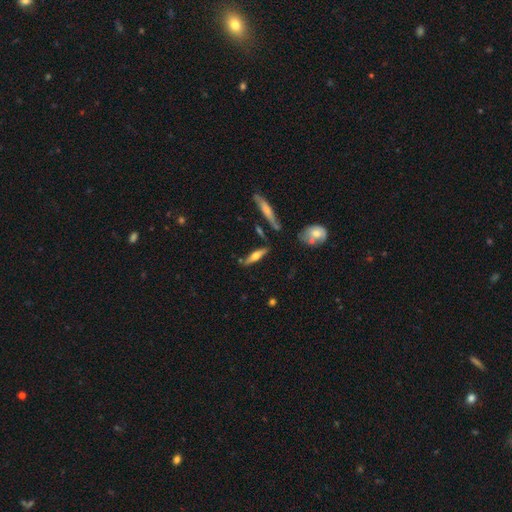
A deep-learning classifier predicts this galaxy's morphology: smooth-or-featured: featured or disk: 51% | smooth: 42% | star or artifact: 7%
  disk-edge-on: yes: 92% | no: 8%
  merging: none: 79% | minor disturbance: 12% | merger: 6% | major disturbance: 3%